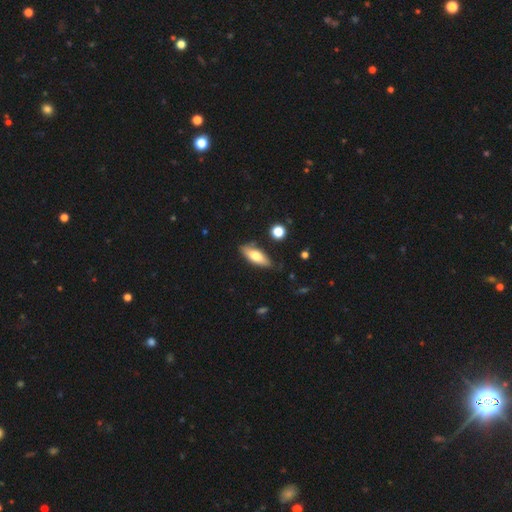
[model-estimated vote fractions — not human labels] Overall: smooth (67%). How rounded: in between (66%; cigar-shaped 32%). Merging: none (78%).